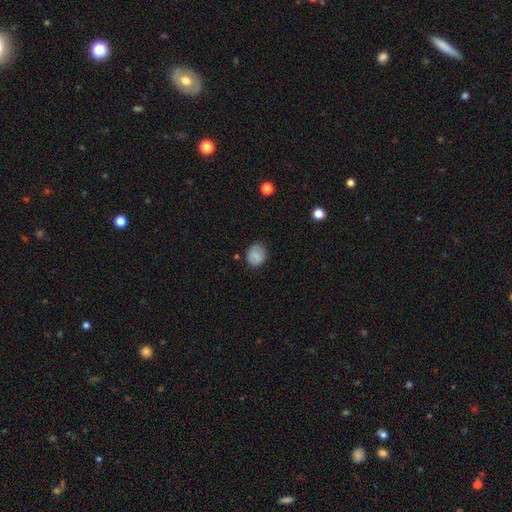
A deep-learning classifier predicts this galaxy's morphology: type=smooth (82%); roundness=round (76%); merging=none (82%).